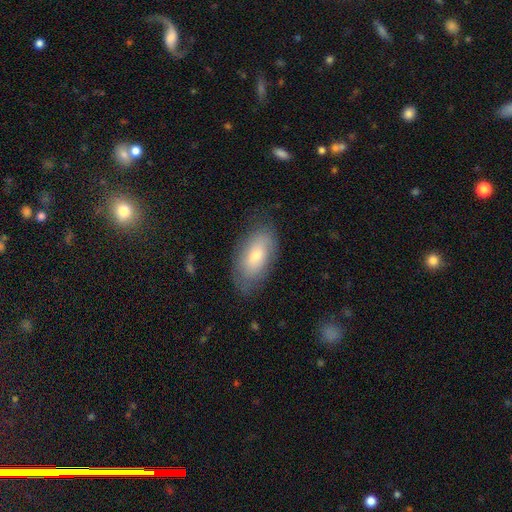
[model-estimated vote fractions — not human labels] Overall: smooth (67%). How rounded: in between (91%). Merging: none (75%).